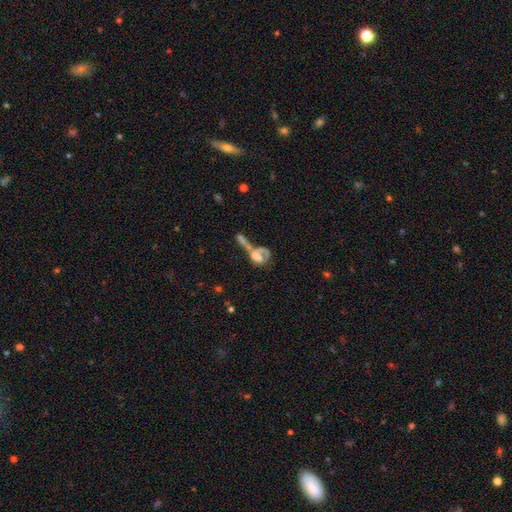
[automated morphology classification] A featured or disk galaxy (47%). Merging: merger (59%).